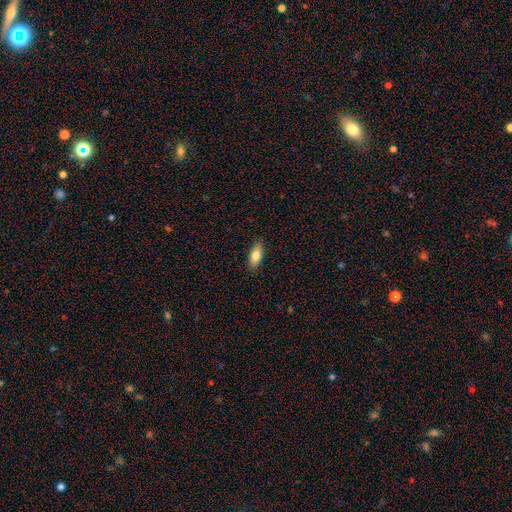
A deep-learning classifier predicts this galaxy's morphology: Smooth or featured?
  - smooth: 81% *
  - featured or disk: 12%
  - star or artifact: 7%
How rounded?
  - in between: 79% *
  - cigar-shaped: 19%
  - round: 3%
Merging?
  - none: 88% *
  - minor disturbance: 9%
  - major disturbance: 2%
  - merger: 1%